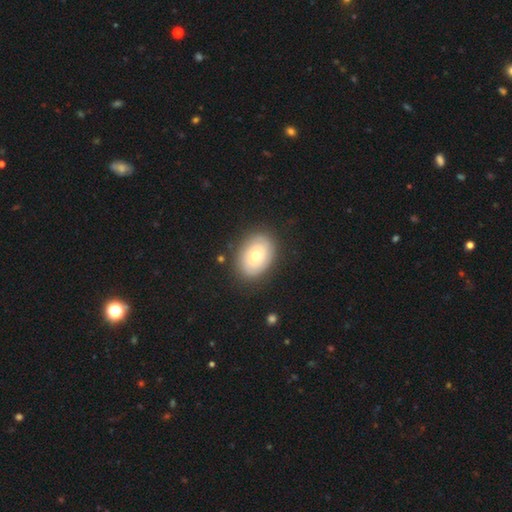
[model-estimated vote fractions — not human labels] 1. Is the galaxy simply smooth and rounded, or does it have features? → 51% smooth, 41% featured or disk, 7% star or artifact.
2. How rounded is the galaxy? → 73% in between, 26% round, 1% cigar-shaped.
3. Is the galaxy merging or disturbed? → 84% none, 11% minor disturbance, 4% major disturbance, 1% merger.